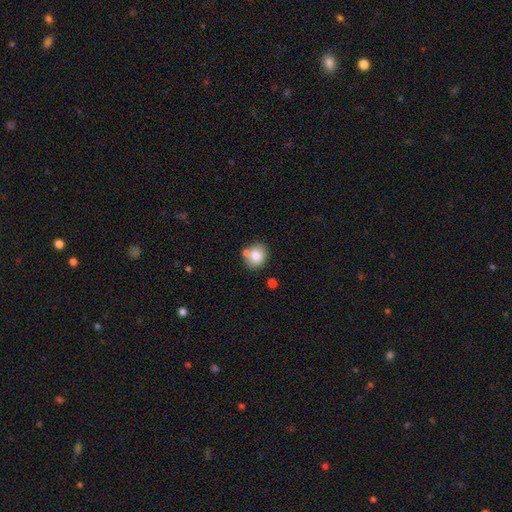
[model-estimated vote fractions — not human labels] This is likely a smooth galaxy (79%). How rounded: likely round (73%). Merging: likely none (67%).